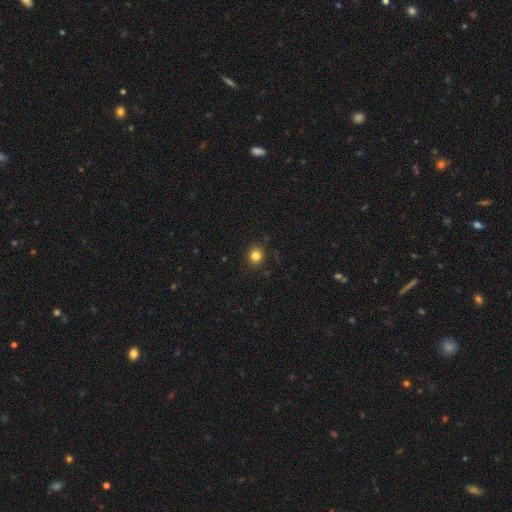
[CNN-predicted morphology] smooth 83%, star or artifact 12%, featured or disk 5%. Down the decision tree: how rounded — round (83%); merging — none (89%).